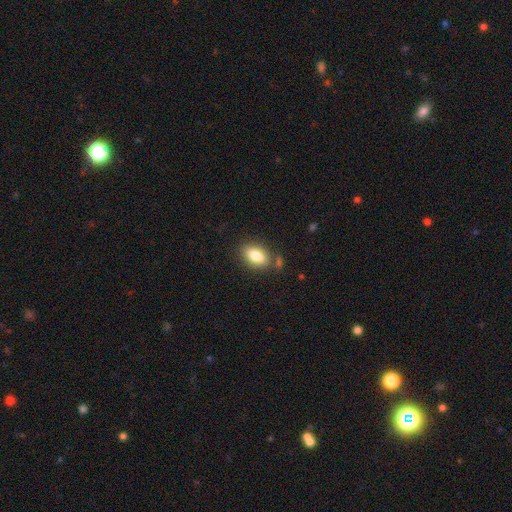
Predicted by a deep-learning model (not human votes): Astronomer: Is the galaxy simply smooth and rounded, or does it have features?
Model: smooth — 82%.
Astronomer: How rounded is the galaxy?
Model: in between — 89%.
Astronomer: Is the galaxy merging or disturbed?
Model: none — 76%.